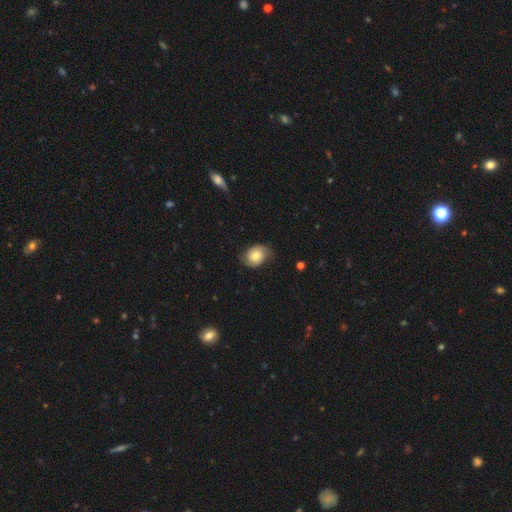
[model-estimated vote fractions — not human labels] The model was most divided on "smooth or featured": featured or disk: 50%, smooth: 43%, star or artifact: 8%. More confident: merging — none (75%).